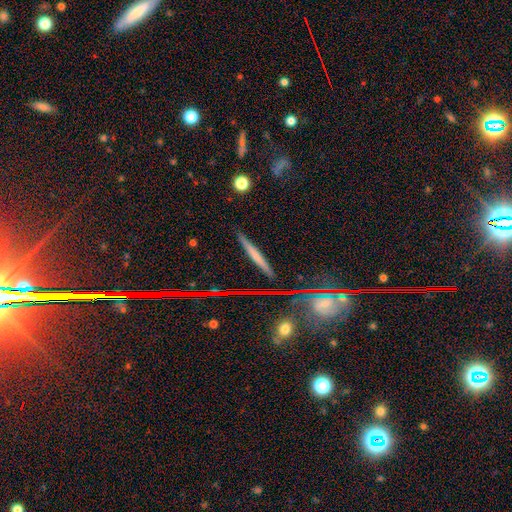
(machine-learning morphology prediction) This is marginally a featured or disk galaxy (45%). Merging: clearly none (88%).